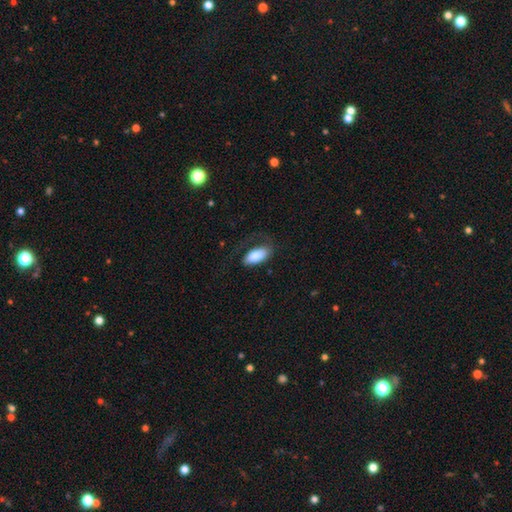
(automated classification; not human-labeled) smooth 81%, featured or disk 14%, star or artifact 6%. Down the decision tree: how rounded — in between (90%); merging — none (51%).